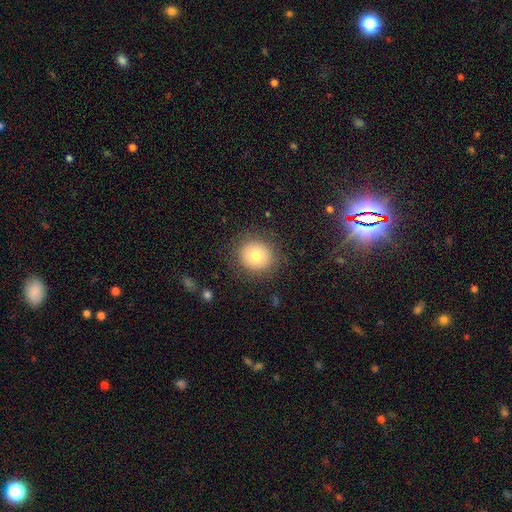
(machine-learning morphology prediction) A smooth galaxy with no disk features (77%) that is round (87%). Merging: none (86%).